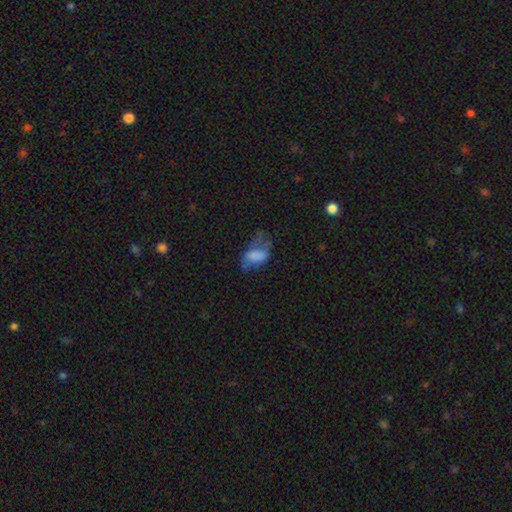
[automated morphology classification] This appears to be a smooth galaxy with no disk features (63%) that is in between round and cigar-shaped (91%). Merging: major disturbance (41%).